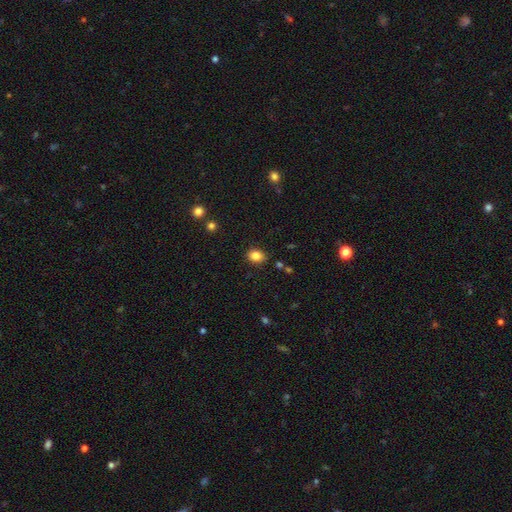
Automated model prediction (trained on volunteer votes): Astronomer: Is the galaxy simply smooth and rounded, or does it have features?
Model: smooth — 85%.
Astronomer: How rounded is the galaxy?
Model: in between — 55% (runner-up: round, 45%).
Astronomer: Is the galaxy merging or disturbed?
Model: none — 85%.